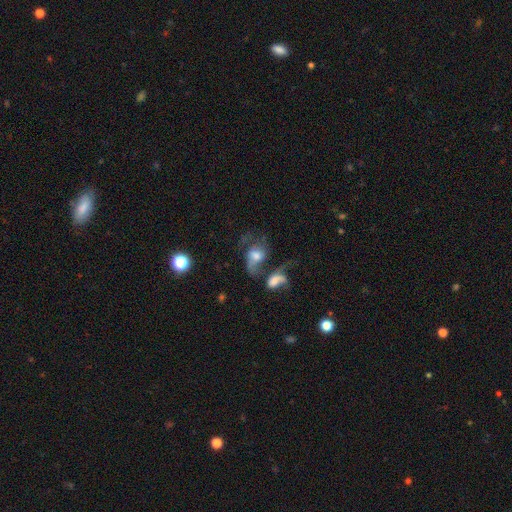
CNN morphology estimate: A featured or disk galaxy (54%) with no bar (62%), spiral arms (73%) and a moderate central bulge (48%). Merging: merger (48%).